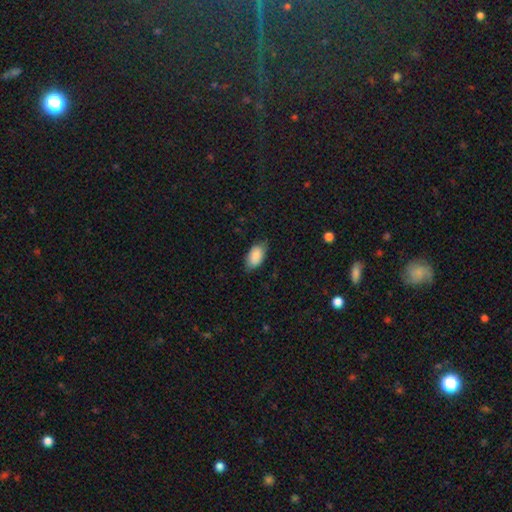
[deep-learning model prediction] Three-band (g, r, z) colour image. It shows a smooth galaxy with no disk features (85%) that is in between round and cigar-shaped (94%). Merging: none (76%).